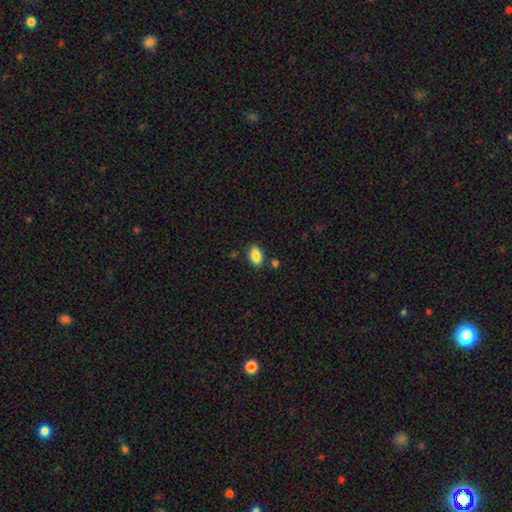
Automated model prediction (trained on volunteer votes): Morphology: type=smooth (87%); roundness=in between (91%); merging=none (83%).